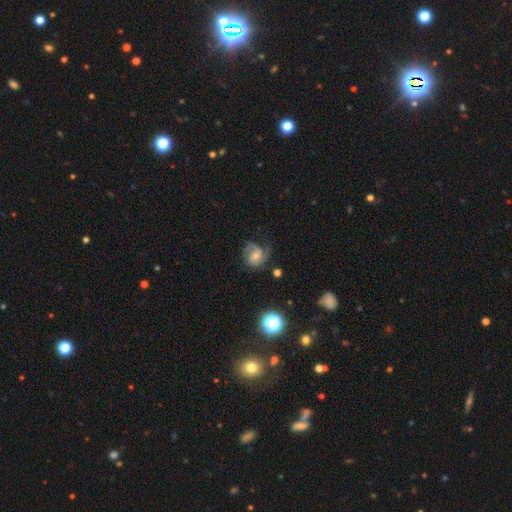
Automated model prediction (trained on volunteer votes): featured or disk 65%, smooth 25%, star or artifact 10%. Down the decision tree: edge-on disk — no (97%); bar — no (63%); spiral arms — yes (90%); spiral arm count — 2 (49%); spiral winding — medium (43%); bulge size — small (52%); merging — none (51%).